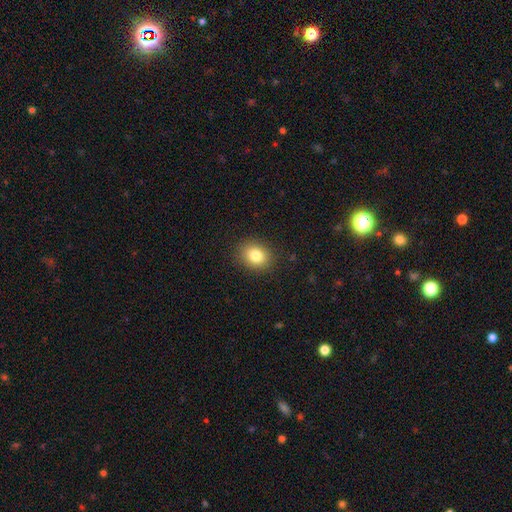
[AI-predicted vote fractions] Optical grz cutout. It shows a smooth galaxy with no disk features (81%) that is round (61%). Merging: none (89%).